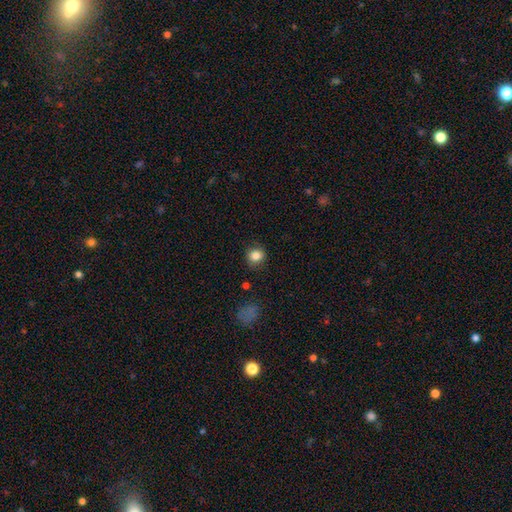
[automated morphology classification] This appears to be a smooth galaxy with no disk features (84%) that is round (86%). Merging: none (87%).